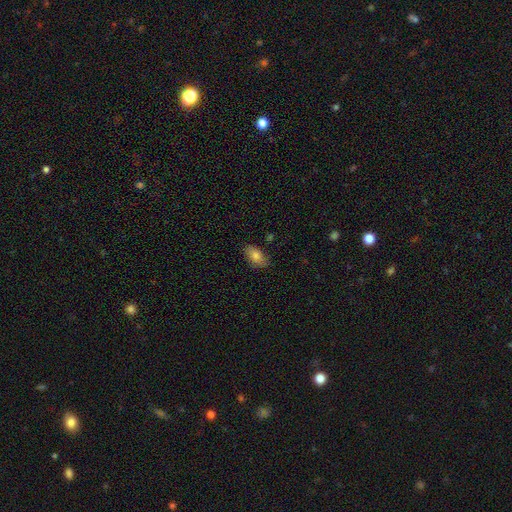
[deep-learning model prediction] Smooth or featured: smooth — 80% (featured or disk — 12%)
How rounded: in between — 91% (round — 5%)
Merging: none — 81% (minor disturbance — 15%)